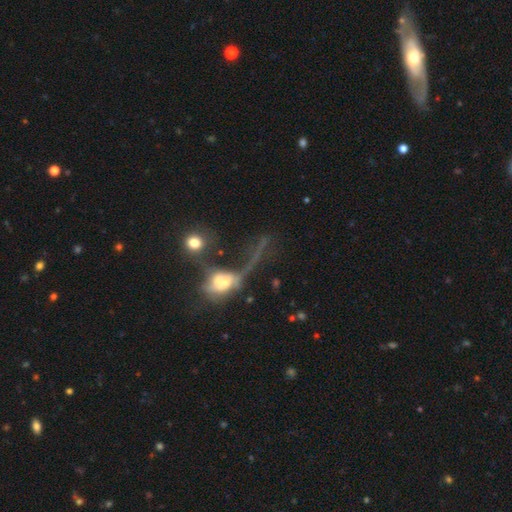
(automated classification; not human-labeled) Smooth or featured?
  - smooth: 39% *
  - featured or disk: 38%
  - star or artifact: 23%
Merging?
  - major disturbance: 38% *
  - merger: 28%
  - none: 22%
  - minor disturbance: 12%